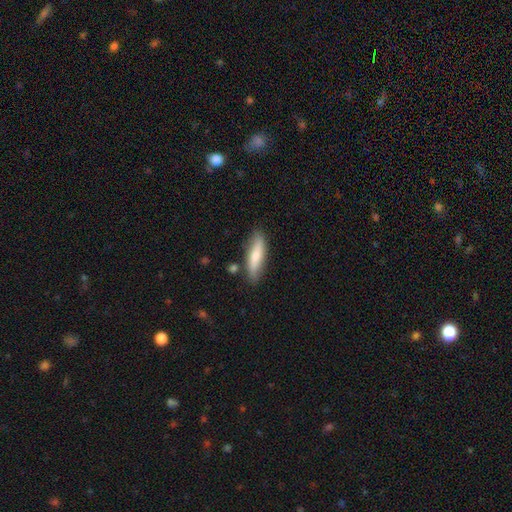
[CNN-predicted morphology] This is likely a smooth galaxy (69%). How rounded: likely cigar-shaped (68%). Merging: clearly none (80%).